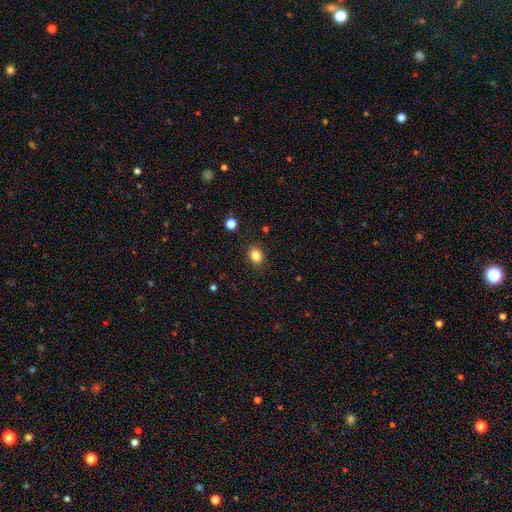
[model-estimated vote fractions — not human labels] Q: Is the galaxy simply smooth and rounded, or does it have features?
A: smooth — 84%.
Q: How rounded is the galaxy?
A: in between — 52%.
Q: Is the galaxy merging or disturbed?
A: none — 88%.